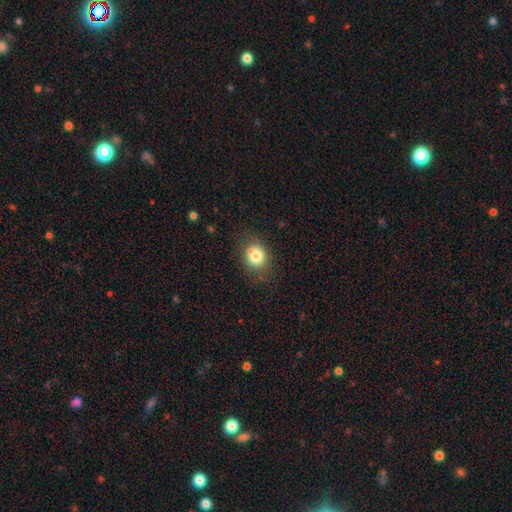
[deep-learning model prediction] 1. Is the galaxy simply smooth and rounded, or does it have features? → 78% smooth, 12% star or artifact, 10% featured or disk.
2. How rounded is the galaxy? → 71% round, 28% in between, 1% cigar-shaped.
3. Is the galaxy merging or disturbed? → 73% none, 17% minor disturbance, 6% major disturbance, 5% merger.